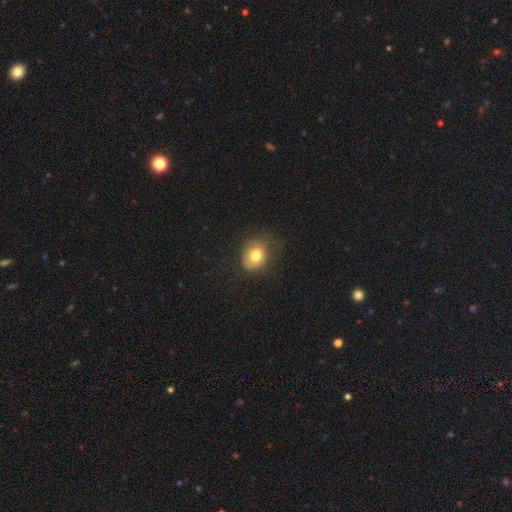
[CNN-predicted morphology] Q: Smooth or featured?
A: smooth (76%); runner-up: featured or disk (13%)
Q: How rounded?
A: round (60%); runner-up: in between (39%)
Q: Merging?
A: none (55%); runner-up: minor disturbance (28%)